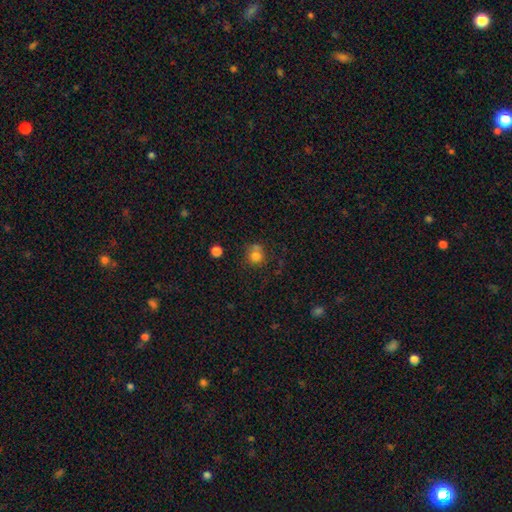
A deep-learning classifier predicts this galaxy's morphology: A smooth galaxy with no disk features (78%) that is round (86%).

Vote fractions:
- Smooth or featured? smooth: 78% / star or artifact: 13% / featured or disk: 9%
- How rounded? round: 86% / in between: 13% / cigar-shaped: 1%
- Merging? none: 57% / merger: 20% / minor disturbance: 16% / major disturbance: 7%